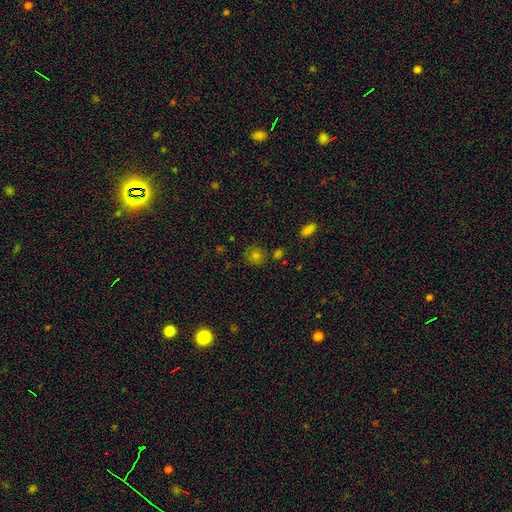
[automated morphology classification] A smooth galaxy with no disk features (73%) that is round (84%). Merging: none (78%).